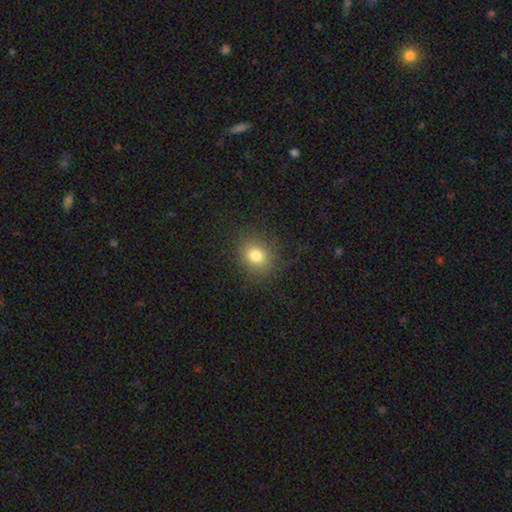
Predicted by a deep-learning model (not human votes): This is likely a smooth galaxy (79%). How rounded: likely round (73%). Merging: clearly none (86%).